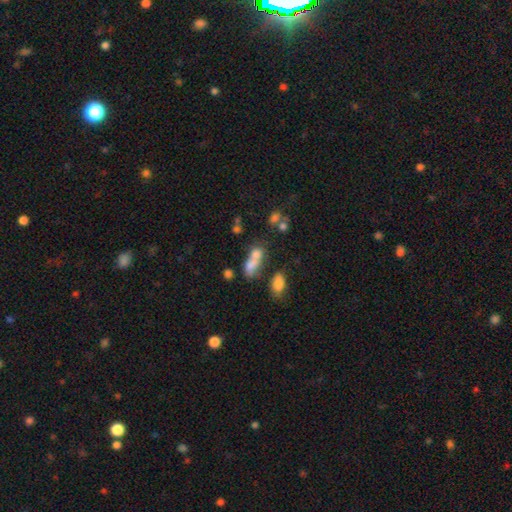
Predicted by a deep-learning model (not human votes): Overall: smooth (67%). How rounded: in between (62%; round 28%). Merging: merger (54%; none 28%).